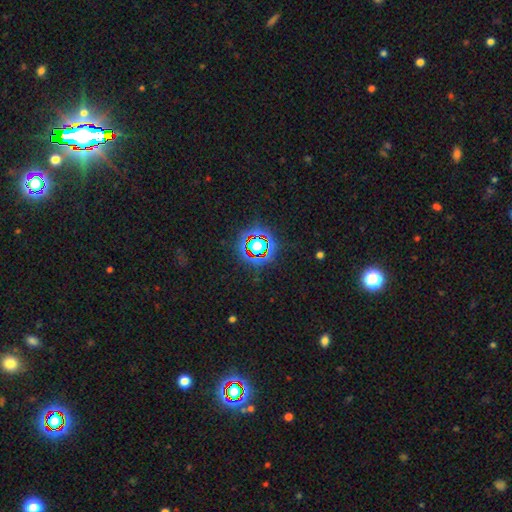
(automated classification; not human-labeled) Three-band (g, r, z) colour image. It shows a star or artifact, not a galaxy (81%).